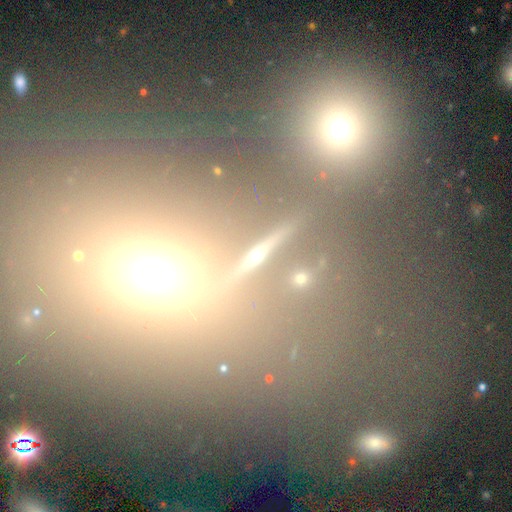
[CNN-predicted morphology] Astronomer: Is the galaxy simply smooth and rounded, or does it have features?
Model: smooth — 41% (runner-up: star or artifact, 36%).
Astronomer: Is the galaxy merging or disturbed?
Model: none — 66%.